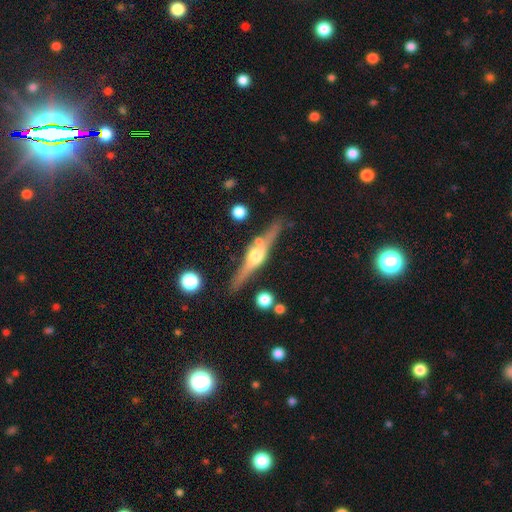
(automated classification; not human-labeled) smooth_or_featured: featured or disk (p=0.80) [alt: smooth p=0.15]
disk_edge_on: yes (p=0.97) [alt: no p=0.03]
edge_on_bulge: rounded (p=0.93) [alt: boxy p=0.05]
merging: none (p=0.82) [alt: minor disturbance p=0.10]